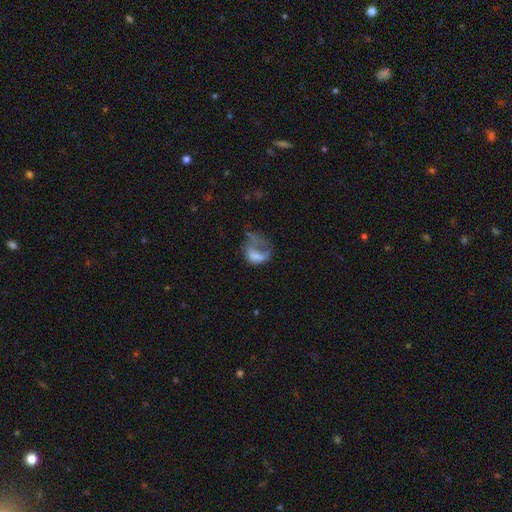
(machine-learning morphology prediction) A smooth galaxy with no disk features (52%) that is in between round and cigar-shaped (66%). Merging: major disturbance (60%).